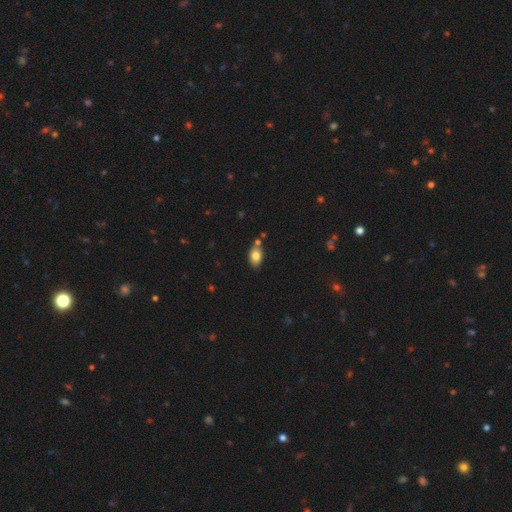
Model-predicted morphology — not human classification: This appears to be a smooth galaxy with no disk features (80%) that is in between round and cigar-shaped (87%). Merging: none (70%).